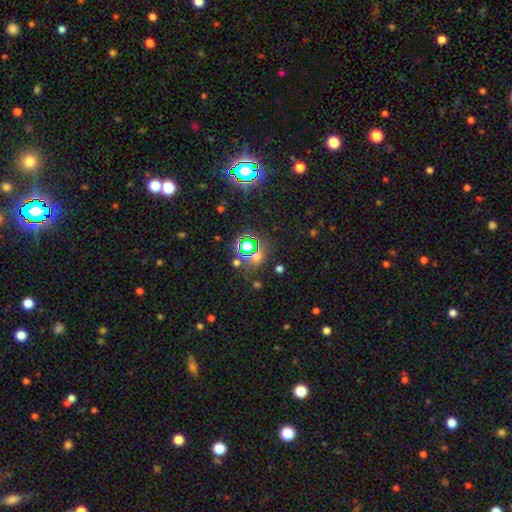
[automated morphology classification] star or artifact 59%, smooth 32%, featured or disk 9%.